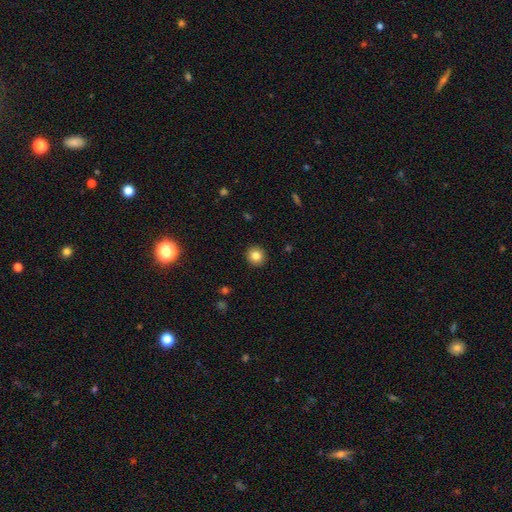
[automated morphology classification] The model was most divided on "smooth or featured": smooth: 83%, star or artifact: 10%, featured or disk: 7%. More confident: merging — none (92%); how rounded — round (91%).